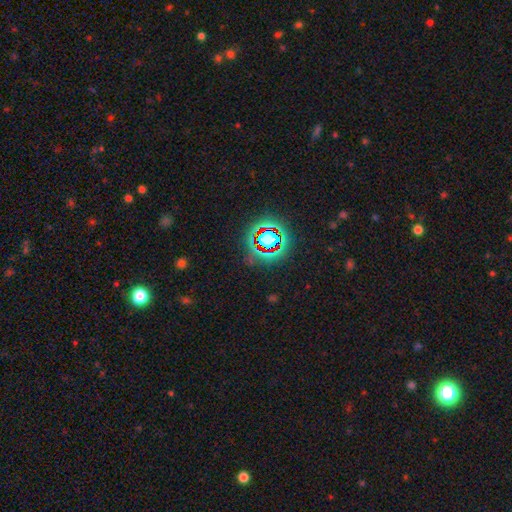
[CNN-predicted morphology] Smooth or featured?
  - star or artifact: 74% *
  - smooth: 15%
  - featured or disk: 11%